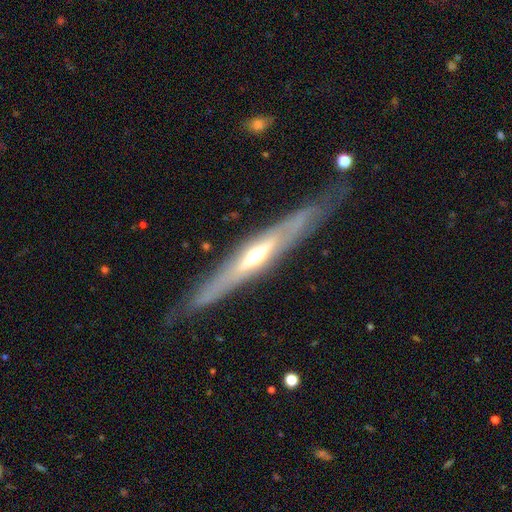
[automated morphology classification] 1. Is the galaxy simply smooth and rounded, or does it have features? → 74% featured or disk, 20% smooth, 6% star or artifact.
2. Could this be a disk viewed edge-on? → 85% yes, 15% no.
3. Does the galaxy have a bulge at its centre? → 79% rounded, 15% none, 6% boxy.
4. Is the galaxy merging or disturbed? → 79% none, 14% minor disturbance, 5% major disturbance, 2% merger.